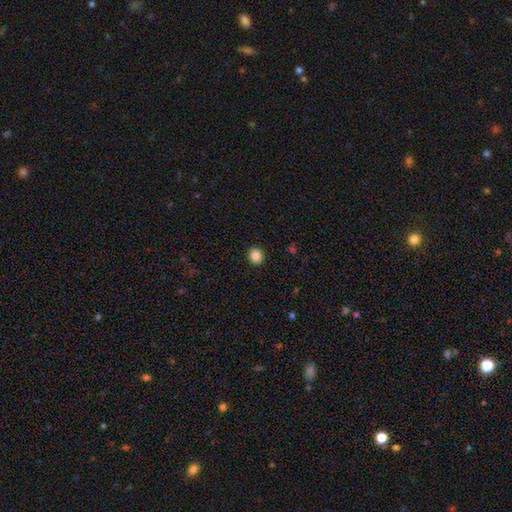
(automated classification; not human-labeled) Smooth or featured: smooth — 85% (star or artifact — 10%)
How rounded: round — 79% (in between — 20%)
Merging: none — 92% (minor disturbance — 5%)